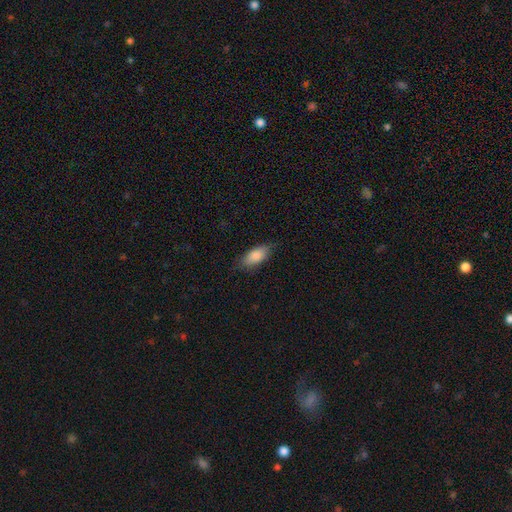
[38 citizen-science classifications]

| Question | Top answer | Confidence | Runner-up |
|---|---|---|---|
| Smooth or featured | smooth | 87% | featured or disk (8%) |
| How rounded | in between | 97% | cigar-shaped (3%) |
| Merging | none | 75% | minor disturbance (25%) |